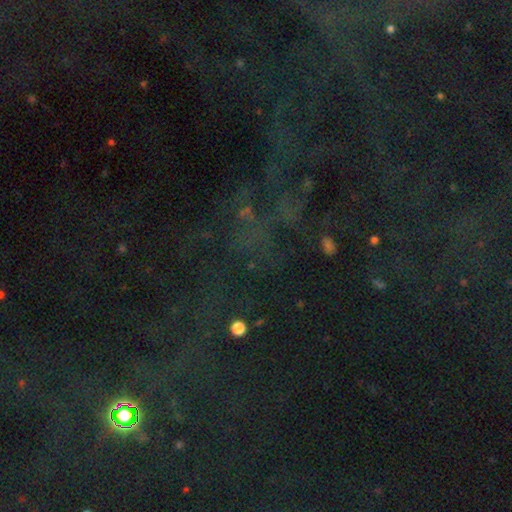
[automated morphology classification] smooth_or_featured: star or artifact (p=0.76) [alt: smooth p=0.14]